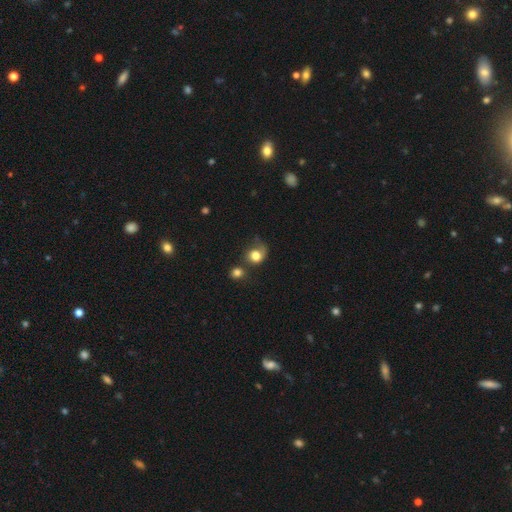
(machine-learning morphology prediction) Smooth or featured?
  - smooth: 73% *
  - featured or disk: 17%
  - star or artifact: 10%
How rounded?
  - round: 72% *
  - in between: 27%
  - cigar-shaped: 1%
Merging?
  - none: 36% *
  - minor disturbance: 23%
  - major disturbance: 23%
  - merger: 17%